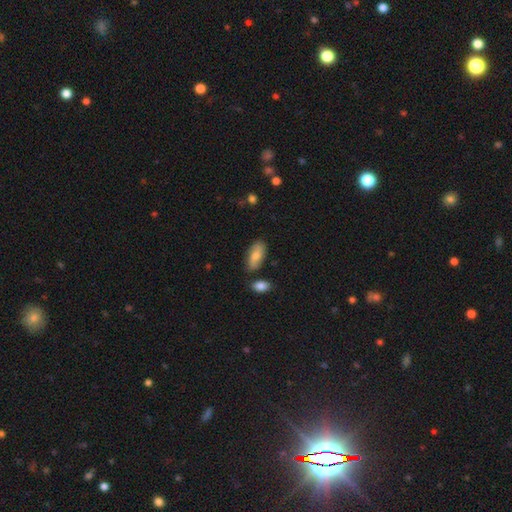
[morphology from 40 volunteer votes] Smooth or featured?
  - smooth: 65% *
  - featured or disk: 32%
  - star or artifact: 2%
How rounded?
  - in between: 92% *
  - cigar-shaped: 8%
  - round: 0%
Merging?
  - none: 95% *
  - minor disturbance: 5%
  - major disturbance: 0%
  - merger: 0%